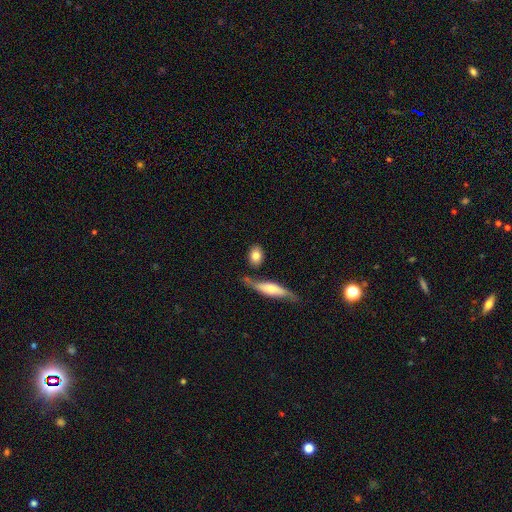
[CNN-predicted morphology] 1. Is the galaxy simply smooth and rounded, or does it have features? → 80% smooth, 13% featured or disk, 6% star or artifact.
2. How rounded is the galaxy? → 71% in between, 23% round, 6% cigar-shaped.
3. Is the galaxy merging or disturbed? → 71% none, 13% merger, 13% minor disturbance, 4% major disturbance.